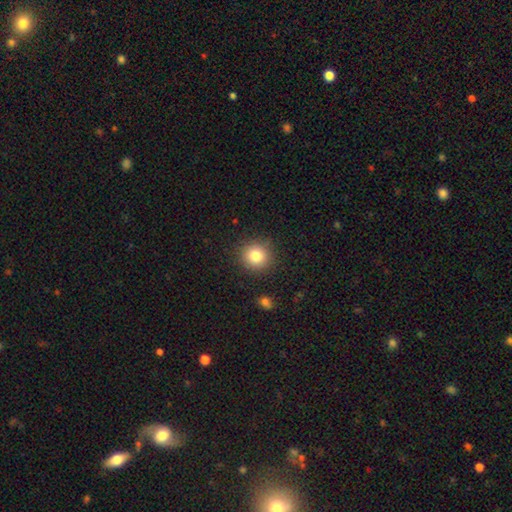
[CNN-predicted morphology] A smooth galaxy with no disk features (81%) that is round (92%). Merging: none (89%).